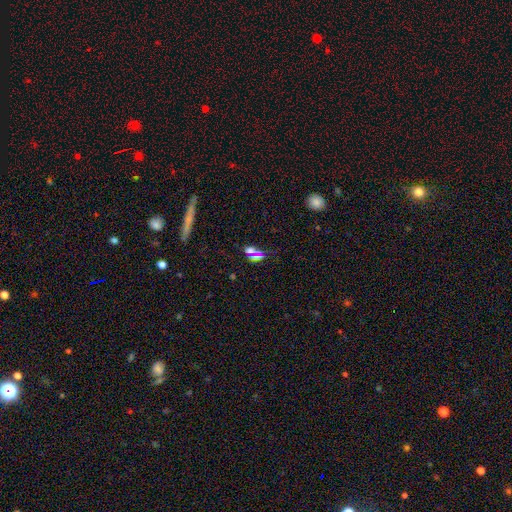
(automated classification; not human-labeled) This is possibly a star or artifact rather than a galaxy (49%).